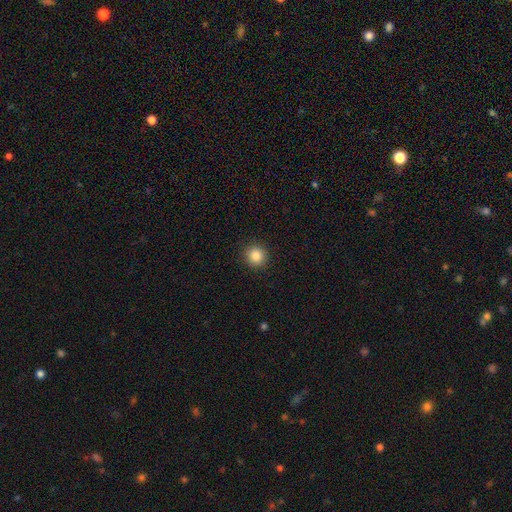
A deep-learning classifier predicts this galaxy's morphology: smooth_or_featured: smooth (p=0.85) [alt: star or artifact p=0.10]
how_rounded: round (p=0.93) [alt: in between p=0.06]
merging: none (p=0.93) [alt: minor disturbance p=0.05]